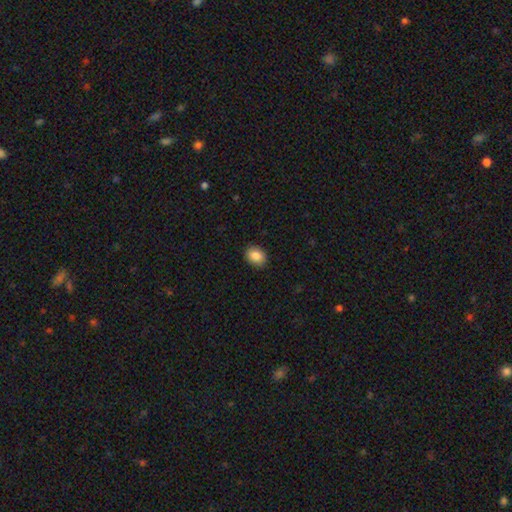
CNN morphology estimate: This is clearly a smooth galaxy (86%). How rounded: likely in between (60%). Merging: clearly none (89%).